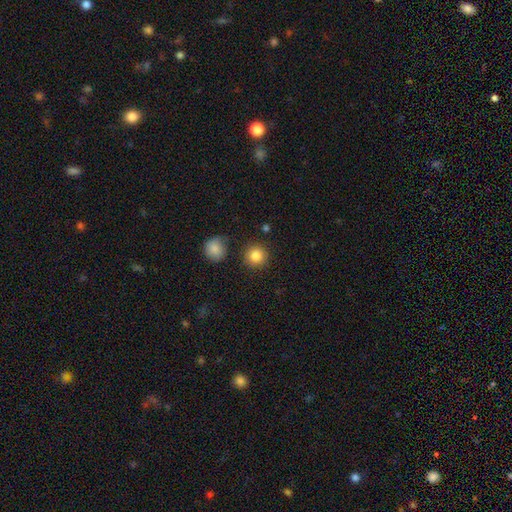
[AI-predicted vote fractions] smooth 85%, star or artifact 10%, featured or disk 5%. Down the decision tree: how rounded — round (94%); merging — none (87%).